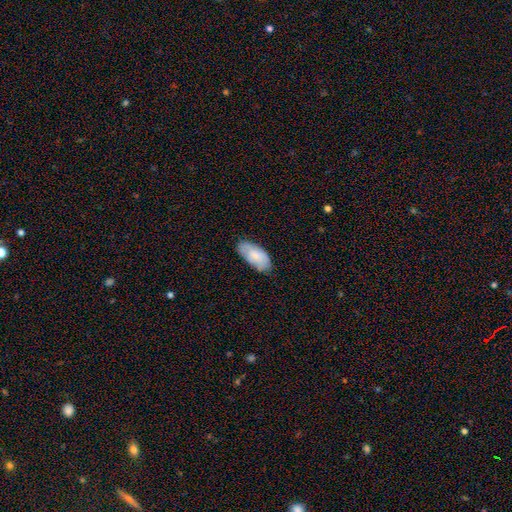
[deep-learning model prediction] Smooth or featured?
  - smooth: 74% *
  - featured or disk: 20%
  - star or artifact: 6%
How rounded?
  - in between: 93% *
  - cigar-shaped: 5%
  - round: 2%
Merging?
  - none: 72% *
  - minor disturbance: 23%
  - major disturbance: 4%
  - merger: 1%